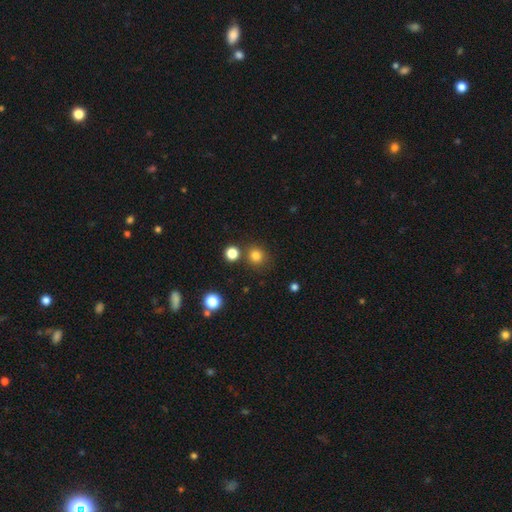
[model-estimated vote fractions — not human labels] smooth_or_featured: smooth (p=0.80) [alt: star or artifact p=0.15]
how_rounded: round (p=0.90) [alt: in between p=0.09]
merging: none (p=0.81) [alt: minor disturbance p=0.08]